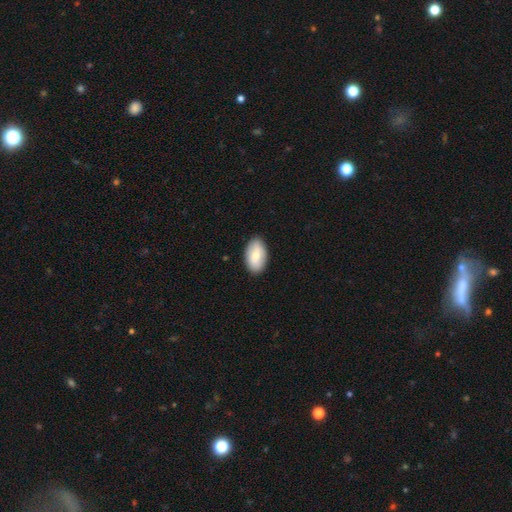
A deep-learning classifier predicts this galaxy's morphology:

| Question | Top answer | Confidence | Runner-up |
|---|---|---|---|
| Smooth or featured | smooth | 73% | featured or disk (21%) |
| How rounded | in between | 94% | round (5%) |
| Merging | none | 88% | minor disturbance (9%) |